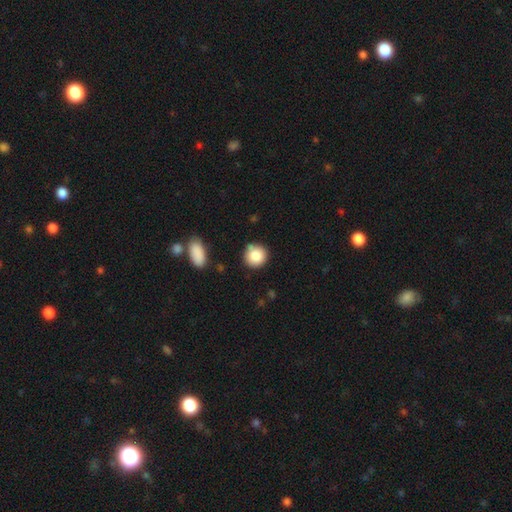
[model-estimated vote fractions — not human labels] Smooth or featured? Predicted: smooth (p=0.85). How rounded? Predicted: round (p=0.91). Merging? Predicted: none (p=0.81).